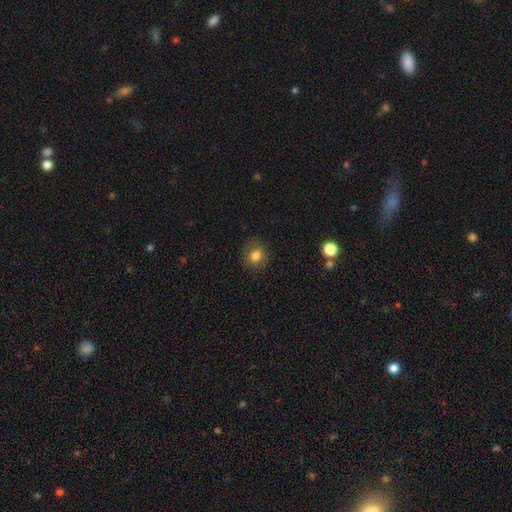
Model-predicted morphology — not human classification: The model was most divided on "how rounded": round: 78%, in between: 21%, cigar-shaped: 1%. More confident: merging — none (85%); smooth or featured — smooth (81%).